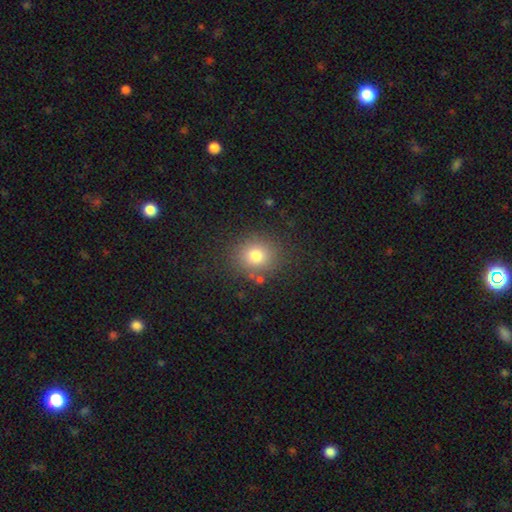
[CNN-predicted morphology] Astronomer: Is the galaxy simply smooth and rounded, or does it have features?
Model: smooth — 78%.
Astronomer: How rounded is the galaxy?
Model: round — 77%.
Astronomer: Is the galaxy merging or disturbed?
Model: none — 84%.